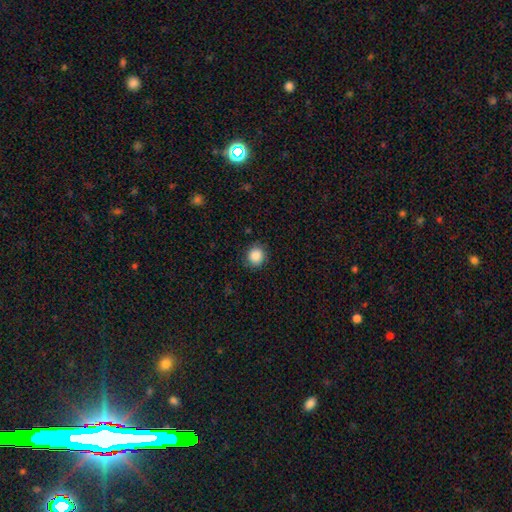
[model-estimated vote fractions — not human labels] Morphology: type=smooth (88%); roundness=round (89%); merging=none (87%).